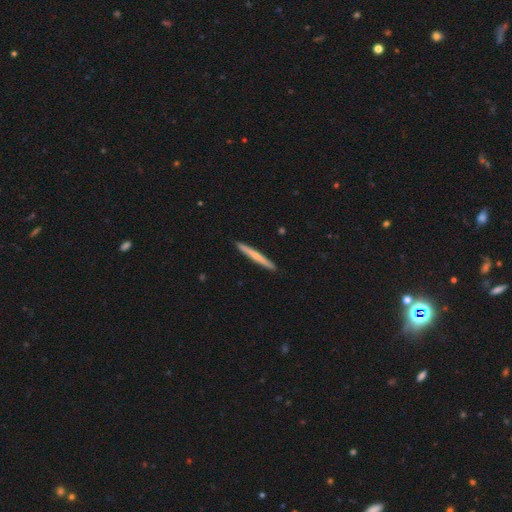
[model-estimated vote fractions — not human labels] This appears to be a smooth galaxy with no disk features (50%). Merging: none (93%).